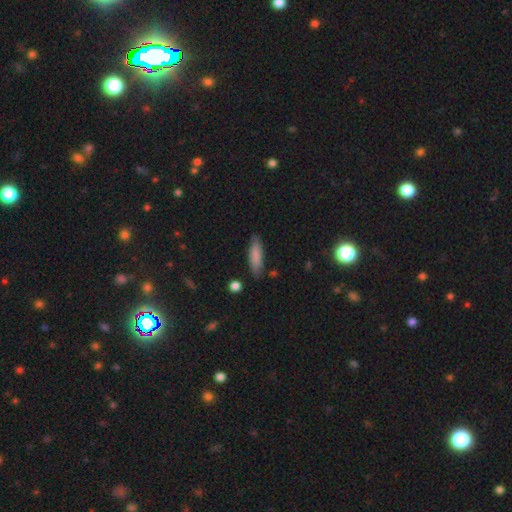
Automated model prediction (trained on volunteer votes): This appears to be a smooth galaxy with no disk features (82%) that is cigar-shaped (58%). Merging: none (83%).